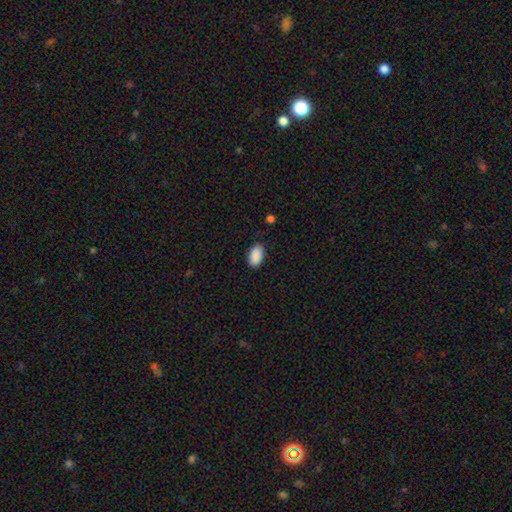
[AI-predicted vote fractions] smooth 90%, star or artifact 7%, featured or disk 3%. Down the decision tree: how rounded — in between (94%); merging — none (86%).